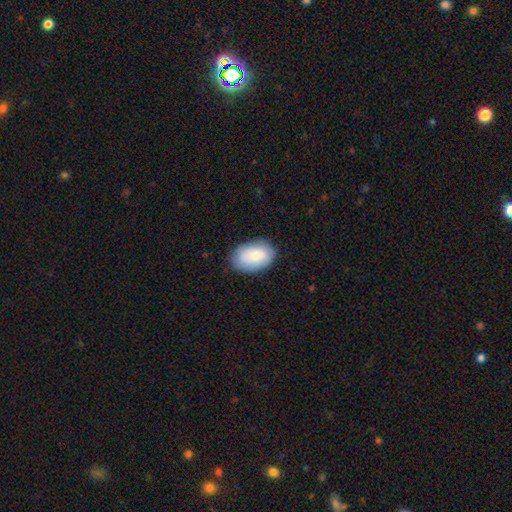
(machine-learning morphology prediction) Q: Smooth or featured?
A: smooth (75%); runner-up: featured or disk (19%)
Q: How rounded?
A: in between (88%); runner-up: round (11%)
Q: Merging?
A: none (78%); runner-up: minor disturbance (17%)